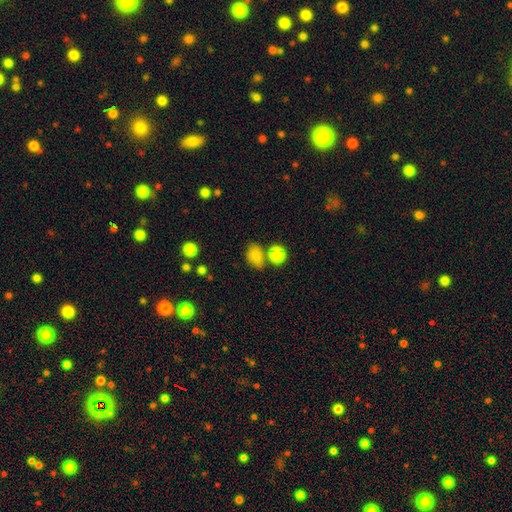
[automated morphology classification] Smooth or featured? Predicted: smooth (p=0.82). How rounded? Predicted: in between (p=0.71). Merging? Predicted: none (p=0.58).